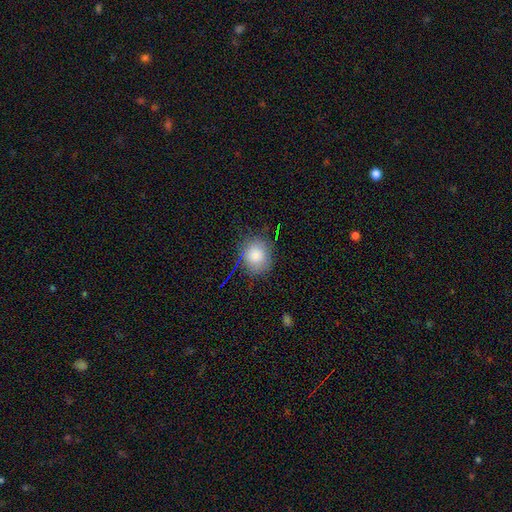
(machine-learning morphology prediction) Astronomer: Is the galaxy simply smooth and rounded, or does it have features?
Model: smooth — 81%.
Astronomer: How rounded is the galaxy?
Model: round — 72%.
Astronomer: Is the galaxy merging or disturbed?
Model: none — 79%.